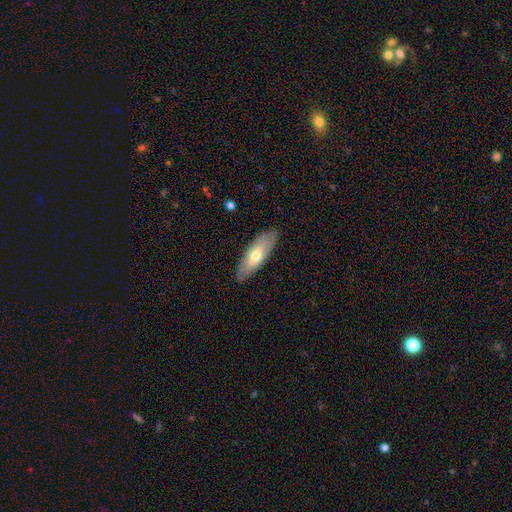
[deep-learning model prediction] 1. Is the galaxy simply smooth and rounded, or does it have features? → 60% smooth, 35% featured or disk, 6% star or artifact.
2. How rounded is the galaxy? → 58% in between, 40% cigar-shaped, 2% round.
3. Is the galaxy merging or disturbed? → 86% none, 10% minor disturbance, 2% major disturbance, 1% merger.